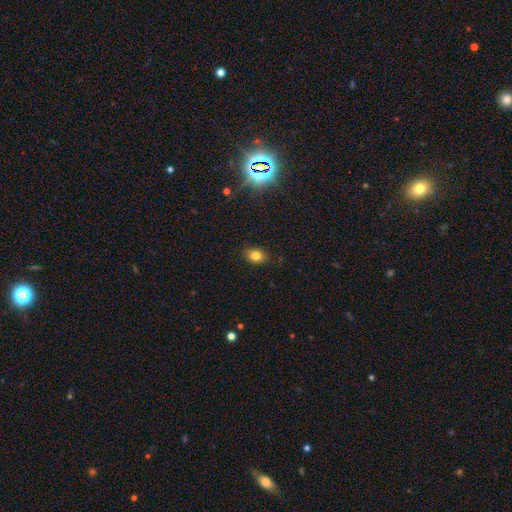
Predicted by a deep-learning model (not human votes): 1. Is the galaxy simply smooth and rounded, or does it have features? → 80% smooth, 12% star or artifact, 8% featured or disk.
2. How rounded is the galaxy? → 66% in between, 33% round, 1% cigar-shaped.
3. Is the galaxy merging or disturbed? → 85% none, 11% minor disturbance, 2% major disturbance, 1% merger.